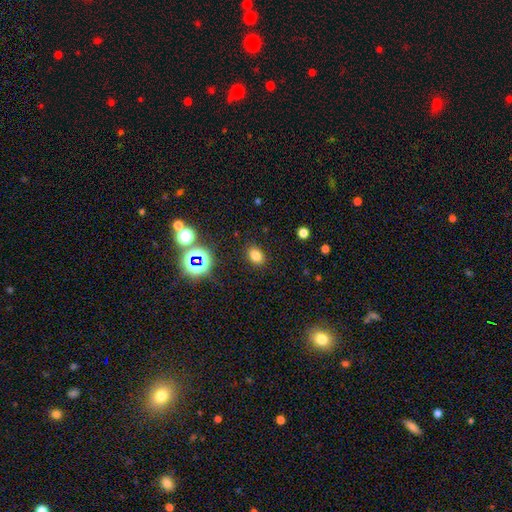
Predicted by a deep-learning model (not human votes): This is likely a smooth galaxy (75%). How rounded: likely in between (66%). Merging: clearly none (86%).